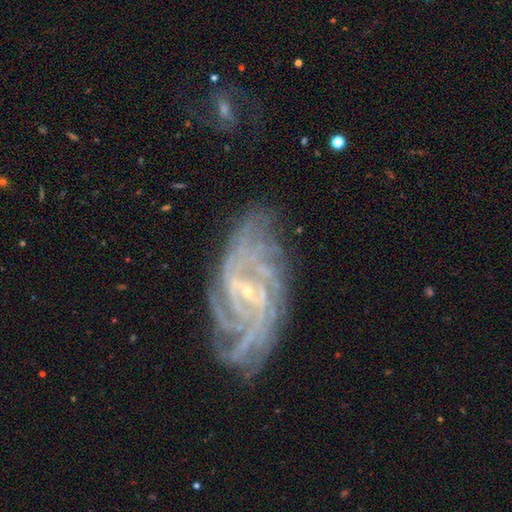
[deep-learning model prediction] Smooth or featured: featured or disk — 78% (star or artifact — 12%)
Edge-on disk: no — 93% (yes — 7%)
Bar: weak — 50% (strong — 27%)
Spiral arms: yes — 94% (no — 6%)
Spiral winding: medium — 38% (tight — 35%)
Spiral arm count: 2 — 30% (can't tell — 29%)
Bulge size: small — 67% (moderate — 18%)
Merging: none — 79% (minor disturbance — 13%)